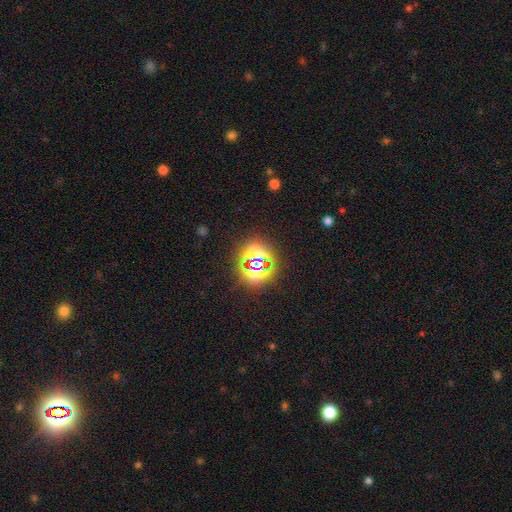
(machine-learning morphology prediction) This appears to be a star or artifact, not a galaxy (73%).